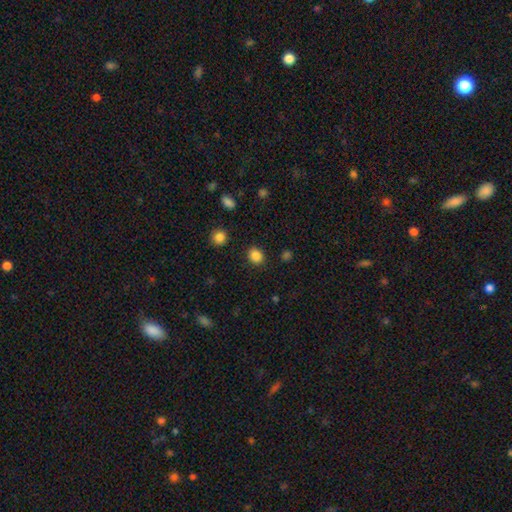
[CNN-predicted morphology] smooth_or_featured: smooth (p=0.86) [alt: star or artifact p=0.11]
how_rounded: round (p=0.60) [alt: in between p=0.39]
merging: none (p=0.87) [alt: minor disturbance p=0.08]